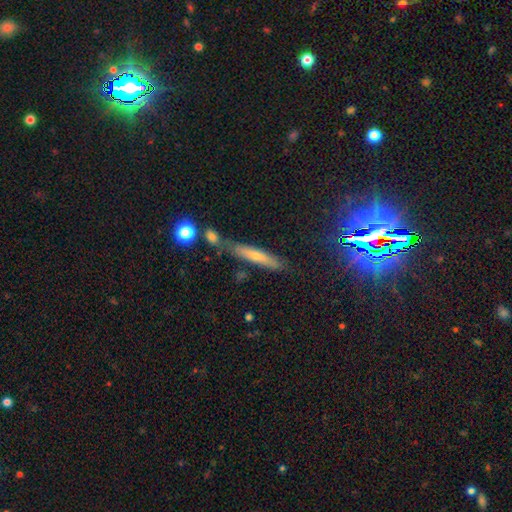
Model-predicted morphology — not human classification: A smooth galaxy with no disk features (51%) that is cigar-shaped (88%). Merging: none (69%).